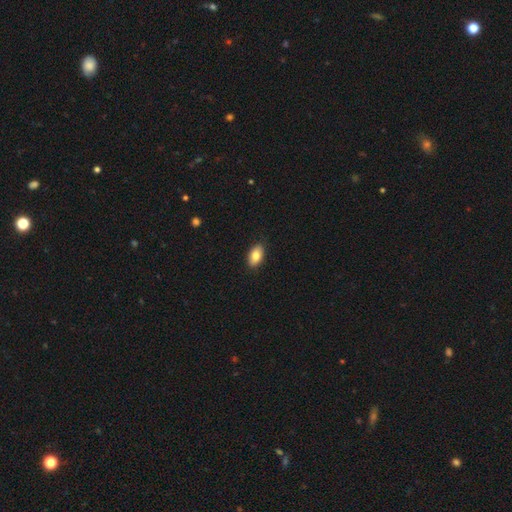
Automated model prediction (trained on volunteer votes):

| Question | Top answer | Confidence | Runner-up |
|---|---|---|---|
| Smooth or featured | smooth | 83% | featured or disk (10%) |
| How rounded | in between | 93% | round (5%) |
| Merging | none | 89% | minor disturbance (8%) |